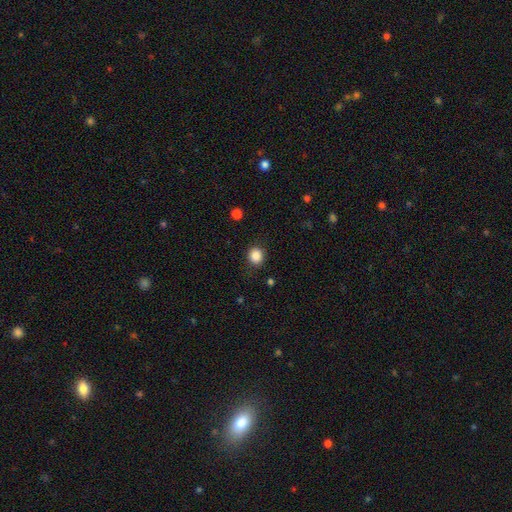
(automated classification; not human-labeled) smooth-or-featured: smooth: 86% | star or artifact: 10% | featured or disk: 4%
  how-rounded: round: 86% | in between: 13% | cigar-shaped: 1%
  merging: none: 88% | minor disturbance: 8% | major disturbance: 3% | merger: 1%